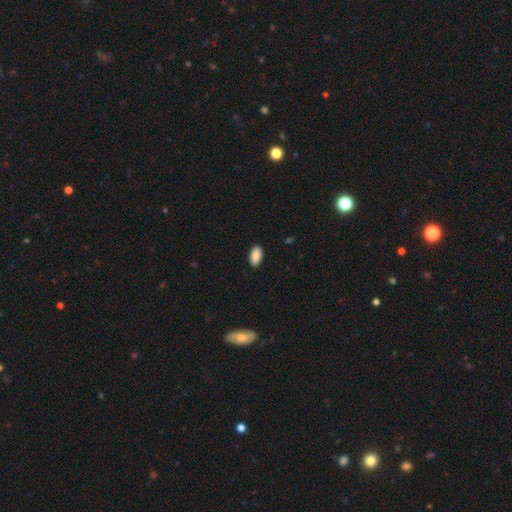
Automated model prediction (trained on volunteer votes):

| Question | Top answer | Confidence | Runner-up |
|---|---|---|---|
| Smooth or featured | smooth | 89% | star or artifact (7%) |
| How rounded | in between | 94% | cigar-shaped (3%) |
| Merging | none | 89% | minor disturbance (8%) |